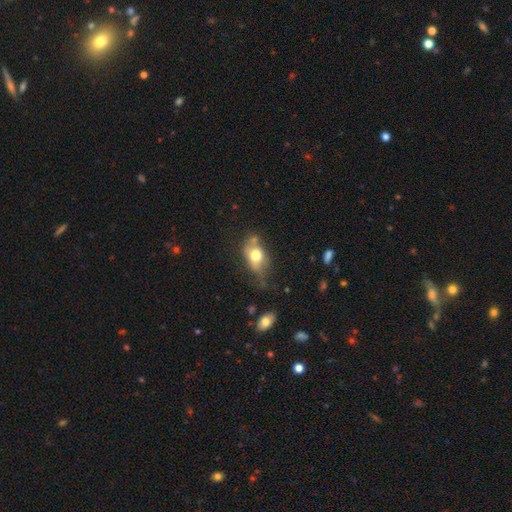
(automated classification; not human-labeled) smooth-or-featured: smooth: 67% | featured or disk: 24% | star or artifact: 9%
  how-rounded: in between: 75% | round: 22% | cigar-shaped: 3%
  merging: none: 45% | minor disturbance: 32% | major disturbance: 14% | merger: 9%